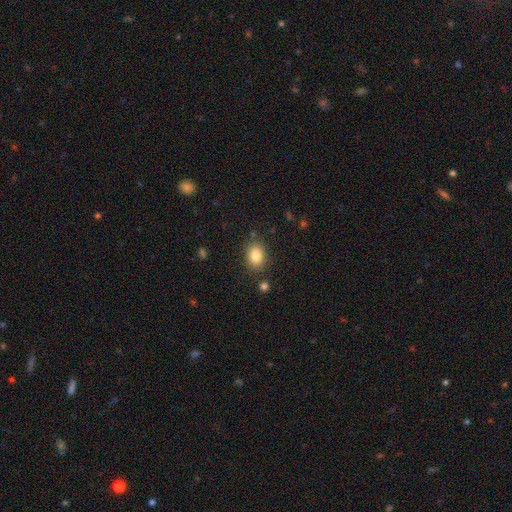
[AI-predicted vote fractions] smooth-or-featured: smooth: 84% | star or artifact: 9% | featured or disk: 7%
  how-rounded: in between: 67% | round: 32% | cigar-shaped: 1%
  merging: none: 84% | minor disturbance: 10% | merger: 3% | major disturbance: 3%